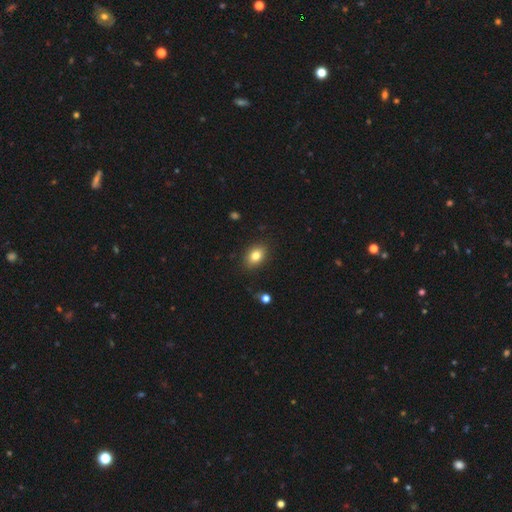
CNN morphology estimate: Overall: smooth (82%). How rounded: in between (77%). Merging: none (86%).